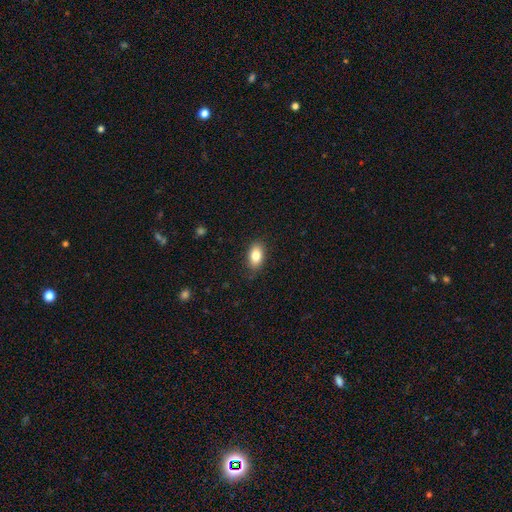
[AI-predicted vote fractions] Q: Smooth or featured?
A: smooth (83%); runner-up: featured or disk (9%)
Q: How rounded?
A: in between (89%); runner-up: round (8%)
Q: Merging?
A: none (85%); runner-up: minor disturbance (11%)